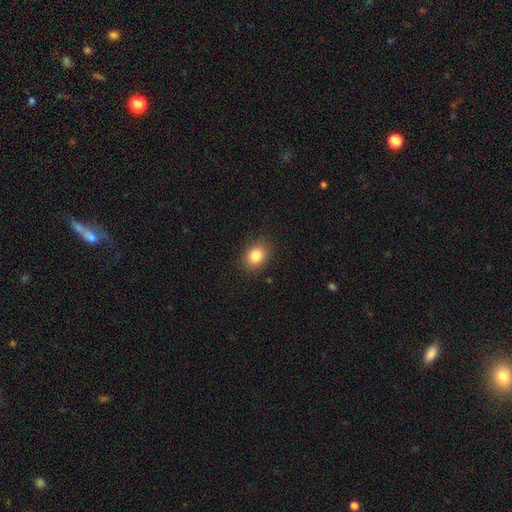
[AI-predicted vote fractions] A smooth galaxy with no disk features (83%) that is in between round and cigar-shaped (54%).

Vote fractions:
- Smooth or featured? smooth: 83% / star or artifact: 10% / featured or disk: 7%
- How rounded? in between: 54% / round: 45% / cigar-shaped: 1%
- Merging? none: 87% / minor disturbance: 9% / major disturbance: 3% / merger: 1%